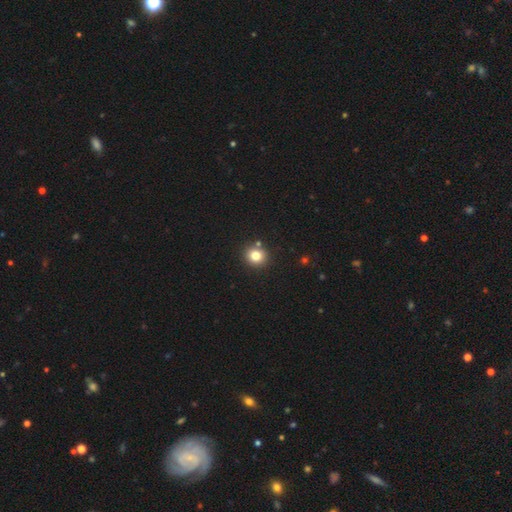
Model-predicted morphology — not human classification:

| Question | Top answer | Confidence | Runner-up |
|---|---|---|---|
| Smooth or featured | smooth | 80% | star or artifact (13%) |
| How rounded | round | 87% | in between (12%) |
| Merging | none | 85% | minor disturbance (7%) |